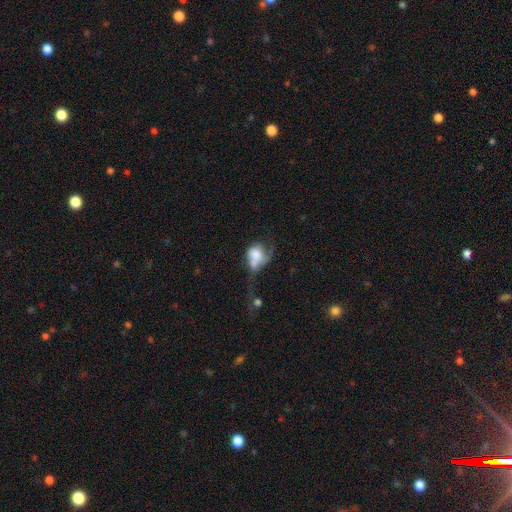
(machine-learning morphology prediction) Smooth or featured? Predicted: smooth (p=0.56). How rounded? Predicted: in between (p=0.55). Merging? Predicted: major disturbance (p=0.38).